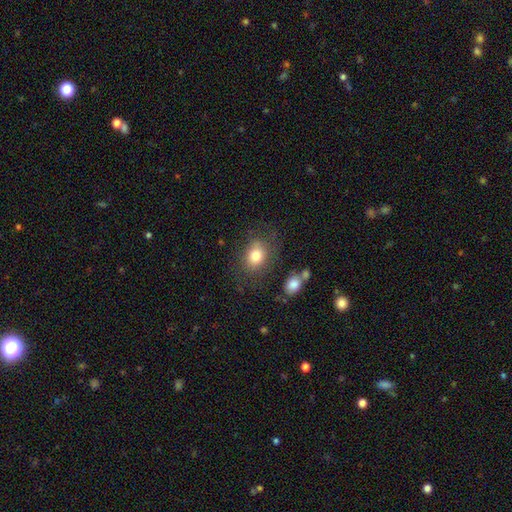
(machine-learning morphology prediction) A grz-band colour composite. It shows a smooth galaxy with no disk features (78%) that is in between round and cigar-shaped (56%). Merging: none (69%).